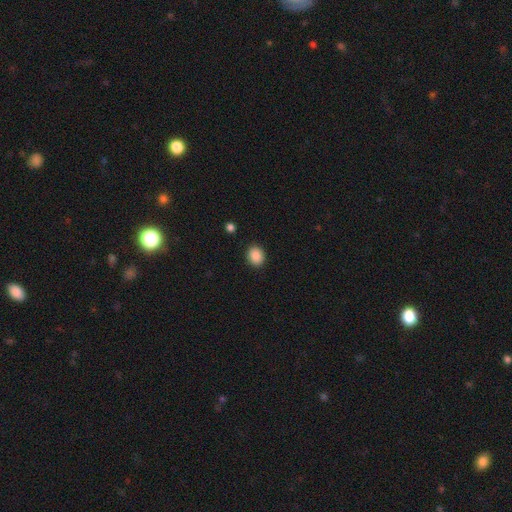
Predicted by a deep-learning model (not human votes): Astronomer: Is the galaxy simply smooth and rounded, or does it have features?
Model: smooth — 88%.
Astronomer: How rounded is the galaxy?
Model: round — 54% (runner-up: in between, 45%).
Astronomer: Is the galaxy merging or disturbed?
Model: none — 89%.